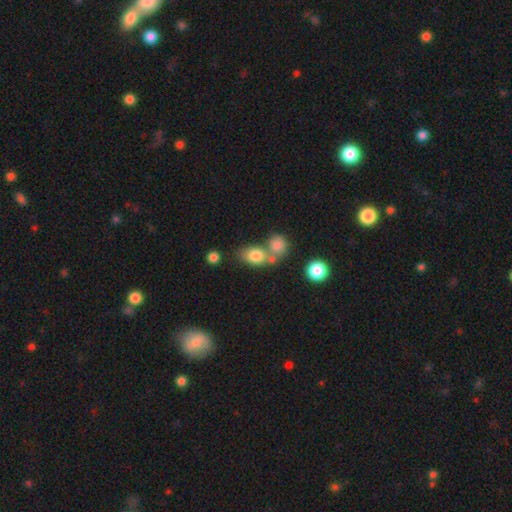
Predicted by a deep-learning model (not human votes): smooth_or_featured: smooth (p=0.79) [alt: featured or disk p=0.11]
how_rounded: in between (p=0.68) [alt: round p=0.29]
merging: none (p=0.43) [alt: merger p=0.40]